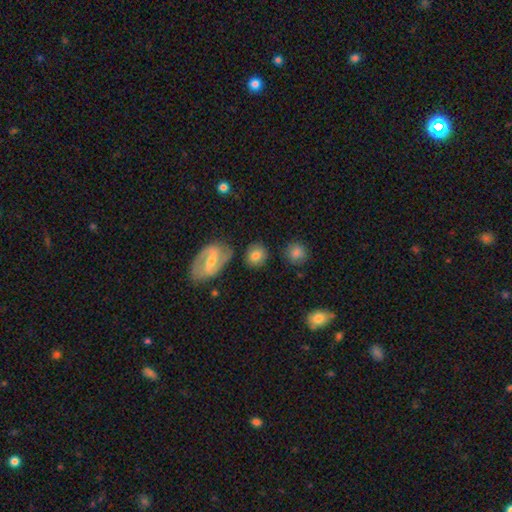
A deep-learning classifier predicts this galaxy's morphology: Smooth or featured: smooth — 75% (featured or disk — 17%)
How rounded: round — 77% (in between — 21%)
Merging: none — 80% (minor disturbance — 11%)